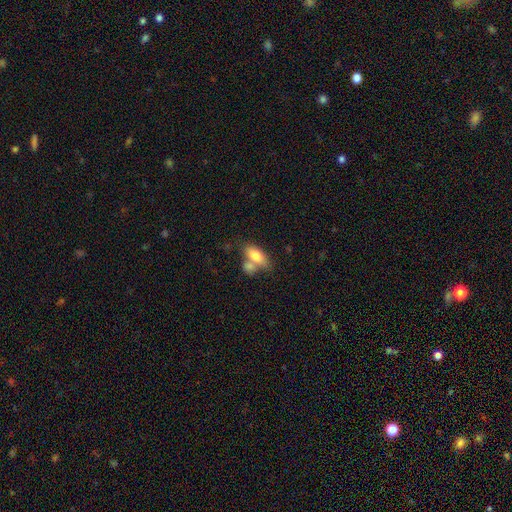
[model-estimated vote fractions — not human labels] A smooth galaxy with no disk features (74%) that is in between round and cigar-shaped (84%). Merging: merger (44%).